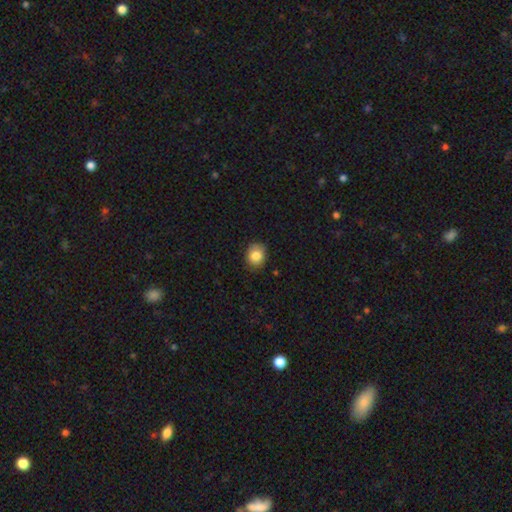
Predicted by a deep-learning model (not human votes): smooth 84%, star or artifact 9%, featured or disk 7%. Down the decision tree: how rounded — round (63%); merging — none (85%).